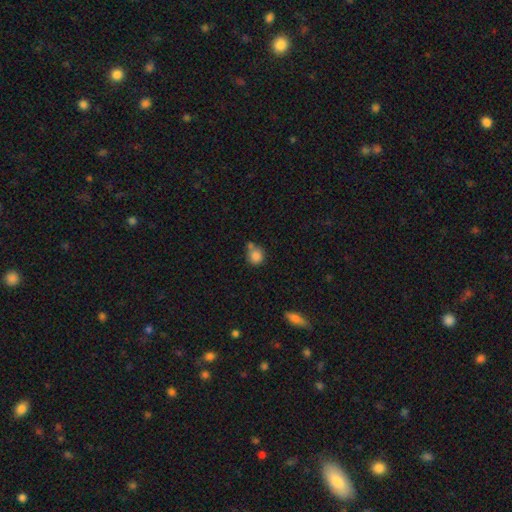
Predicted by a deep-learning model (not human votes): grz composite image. It shows a smooth galaxy with no disk features (83%) that is round (81%). Merging: none (51%).